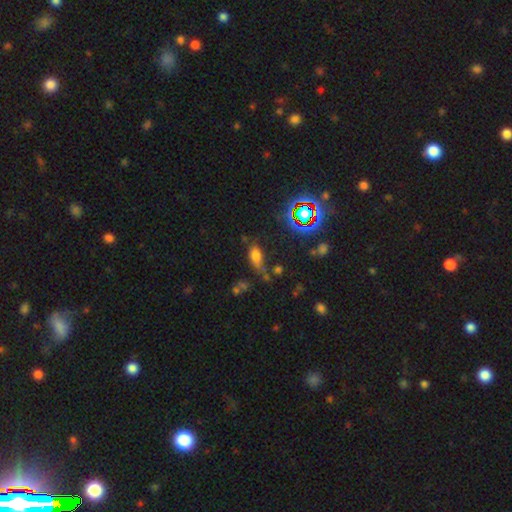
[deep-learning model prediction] Smooth or featured: smooth — 67% (star or artifact — 21%)
How rounded: in between — 84% (cigar-shaped — 8%)
Merging: none — 57% (minor disturbance — 24%)